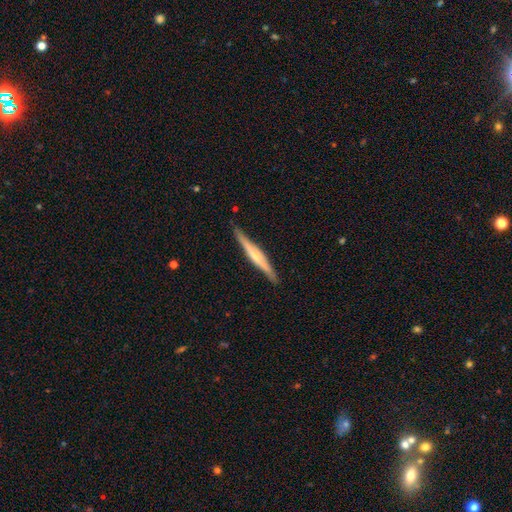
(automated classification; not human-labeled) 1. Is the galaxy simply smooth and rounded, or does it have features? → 69% featured or disk, 26% smooth, 5% star or artifact.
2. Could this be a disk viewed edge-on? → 97% yes, 3% no.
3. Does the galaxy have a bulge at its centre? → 74% rounded, 14% none, 12% boxy.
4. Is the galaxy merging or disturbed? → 88% none, 9% minor disturbance, 2% major disturbance, 1% merger.